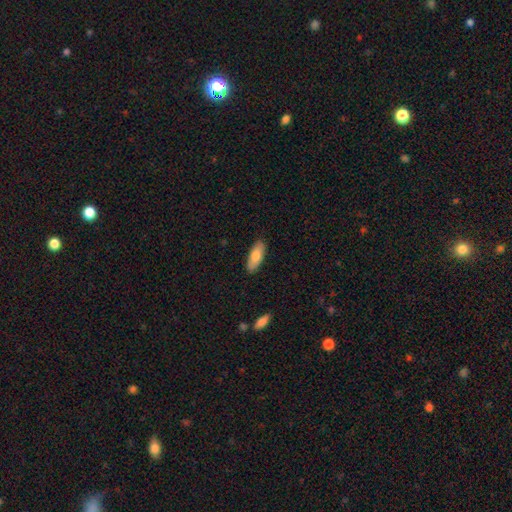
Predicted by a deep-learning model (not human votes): Smooth or featured?
  - smooth: 78% *
  - featured or disk: 17%
  - star or artifact: 6%
How rounded?
  - in between: 74% *
  - cigar-shaped: 24%
  - round: 2%
Merging?
  - none: 88% *
  - minor disturbance: 9%
  - major disturbance: 2%
  - merger: 1%